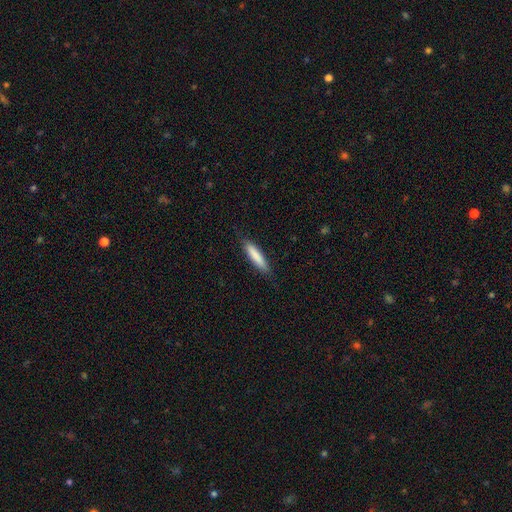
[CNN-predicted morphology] A smooth galaxy with no disk features (83%) that is cigar-shaped (84%). Merging: none (86%).